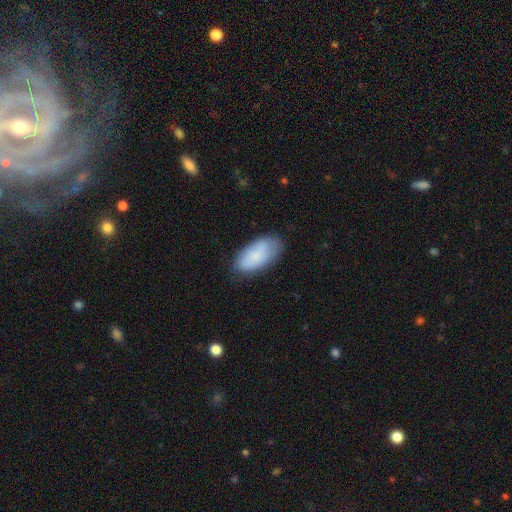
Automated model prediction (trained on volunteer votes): Smooth or featured? smooth (78%)
How rounded? in between (93%)
Merging? none (73%)